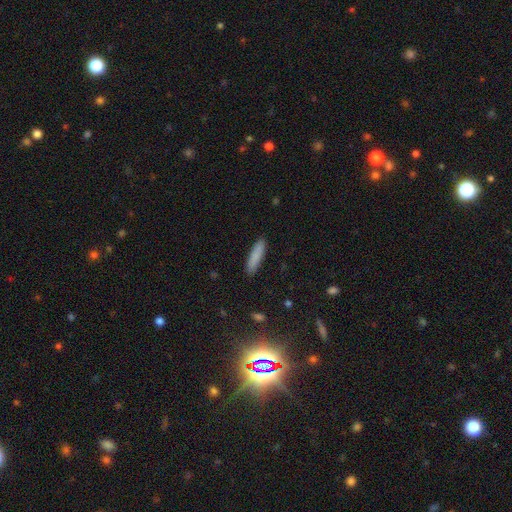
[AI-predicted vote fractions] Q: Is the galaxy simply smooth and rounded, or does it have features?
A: smooth — 86%.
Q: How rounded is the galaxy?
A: cigar-shaped — 76%.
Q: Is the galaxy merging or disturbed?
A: none — 90%.